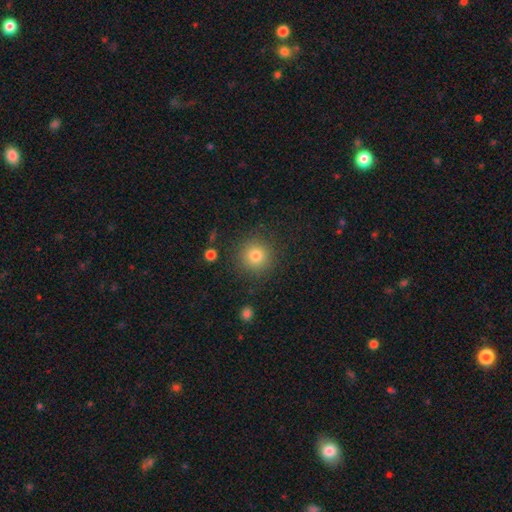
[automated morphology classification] type=smooth (80%); roundness=round (94%); merging=none (88%).